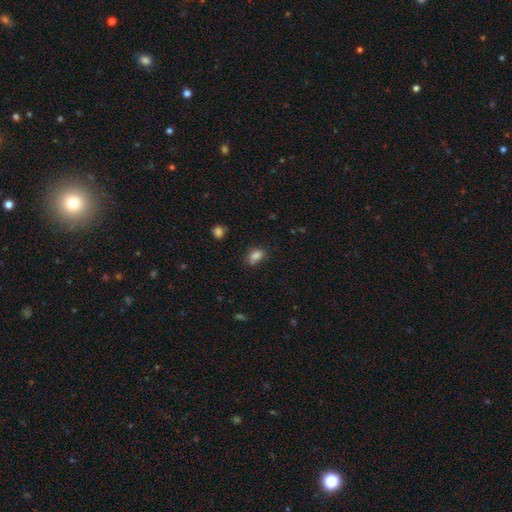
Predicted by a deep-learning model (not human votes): Overall: smooth (80%). How rounded: in between (73%). Merging: none (58%; minor disturbance 20%).